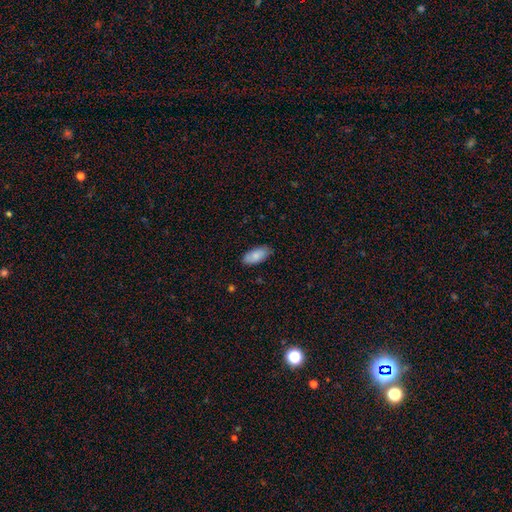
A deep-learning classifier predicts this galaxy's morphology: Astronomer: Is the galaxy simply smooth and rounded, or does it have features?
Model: smooth — 85%.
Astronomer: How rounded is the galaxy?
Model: in between — 92%.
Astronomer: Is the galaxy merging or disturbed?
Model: none — 85%.